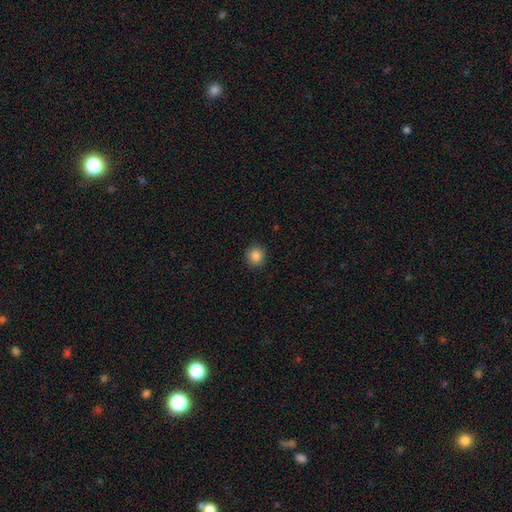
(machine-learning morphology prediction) Smooth or featured? smooth (86%)
How rounded? round (91%)
Merging? none (91%)